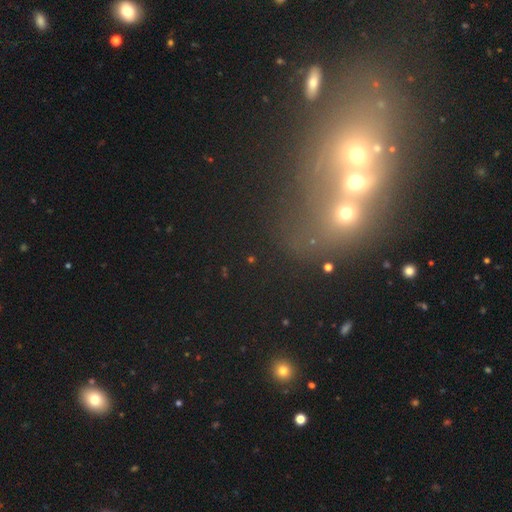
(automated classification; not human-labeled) A star or artifact, not a galaxy (47%).